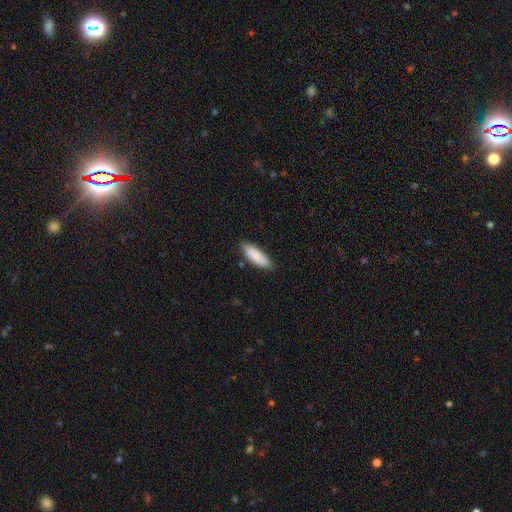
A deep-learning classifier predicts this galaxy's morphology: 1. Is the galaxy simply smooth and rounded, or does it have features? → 83% smooth, 11% featured or disk, 6% star or artifact.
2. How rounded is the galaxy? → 65% in between, 34% cigar-shaped, 2% round.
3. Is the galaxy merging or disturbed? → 84% none, 13% minor disturbance, 2% major disturbance, 1% merger.